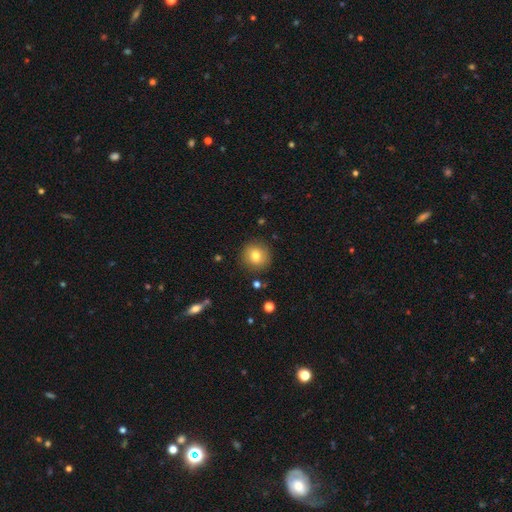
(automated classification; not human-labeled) Morphology: type=smooth (78%); roundness=round (92%); merging=none (89%).